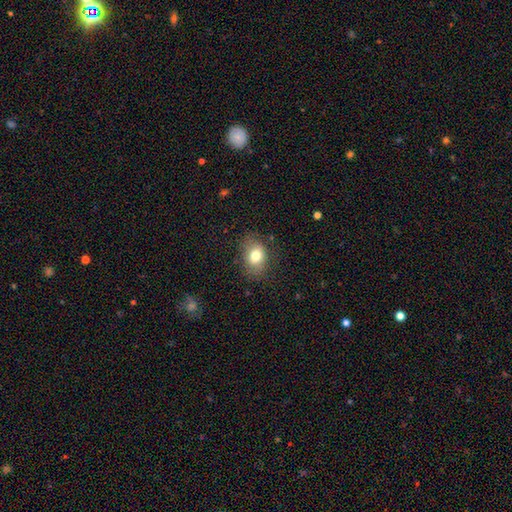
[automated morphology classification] A smooth galaxy with no disk features (78%) that is in between round and cigar-shaped (71%). Merging: none (78%).